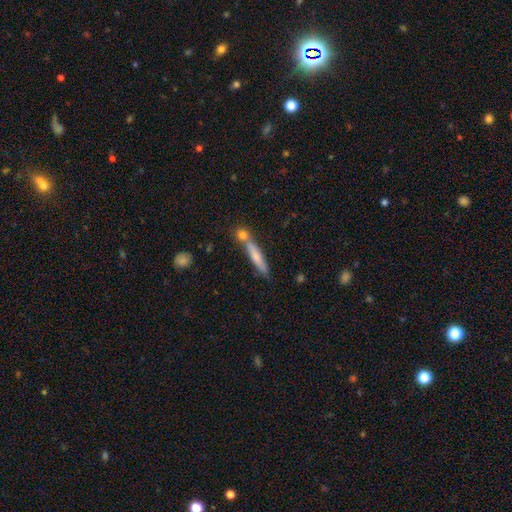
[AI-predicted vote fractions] Q: Smooth or featured?
A: smooth (62%); runner-up: featured or disk (32%)
Q: How rounded?
A: cigar-shaped (92%); runner-up: in between (7%)
Q: Merging?
A: none (65%); runner-up: merger (20%)